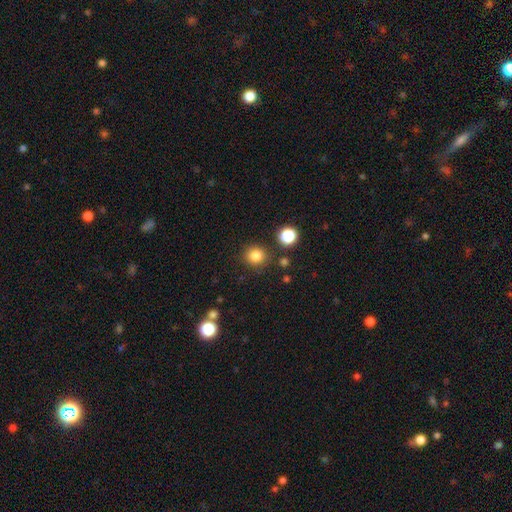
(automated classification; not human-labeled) Overall: smooth (83%). How rounded: round (87%). Merging: none (85%).